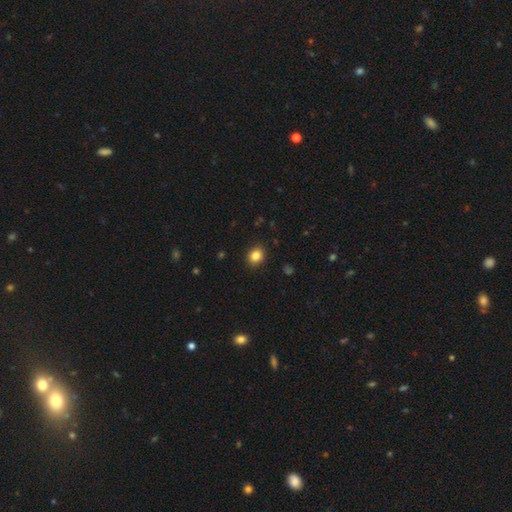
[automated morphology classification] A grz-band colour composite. It shows a smooth galaxy with no disk features (84%) that is round (69%). Merging: none (90%).